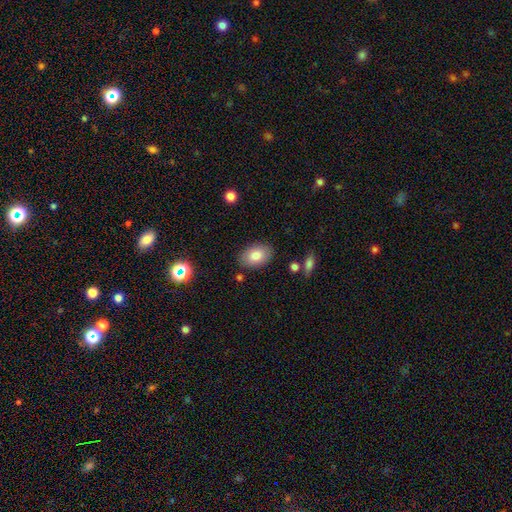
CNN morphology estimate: smooth 81%, featured or disk 12%, star or artifact 8%. Down the decision tree: how rounded — in between (88%); merging — none (84%).